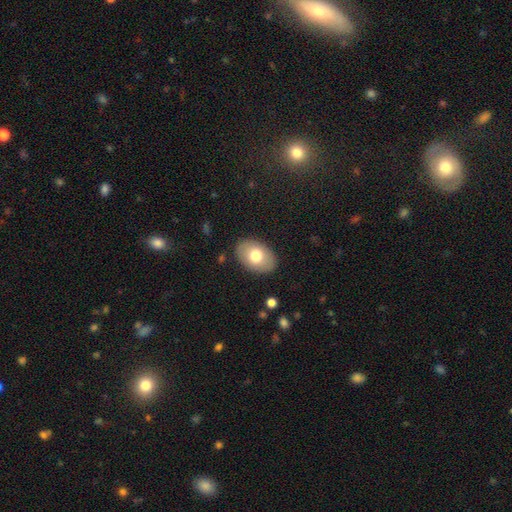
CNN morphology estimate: smooth_or_featured: smooth (p=0.73) [alt: featured or disk p=0.21]
how_rounded: in between (p=0.85) [alt: round p=0.14]
merging: none (p=0.87) [alt: minor disturbance p=0.09]